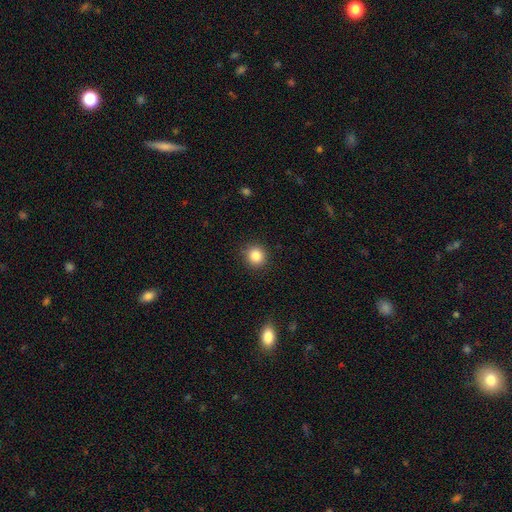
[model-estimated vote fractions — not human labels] smooth-or-featured: smooth: 85% | star or artifact: 10% | featured or disk: 5%
  how-rounded: round: 92% | in between: 7% | cigar-shaped: 1%
  merging: none: 90% | minor disturbance: 6% | major disturbance: 2% | merger: 1%